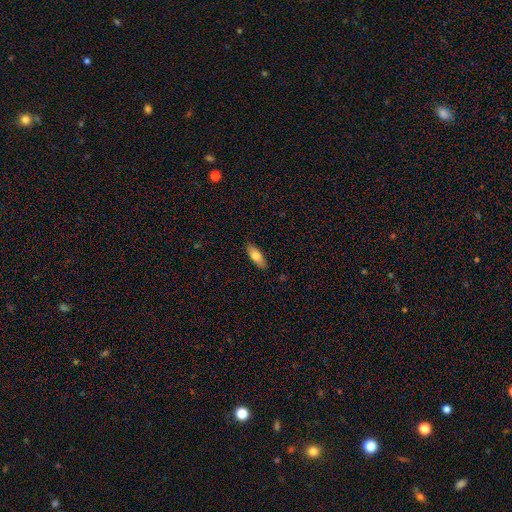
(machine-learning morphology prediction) This is likely a smooth galaxy (74%). How rounded: likely in between (72%). Merging: clearly none (88%).